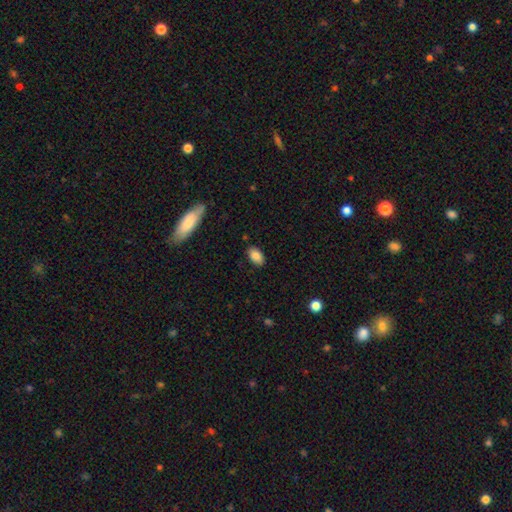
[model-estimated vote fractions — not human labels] Smooth or featured? smooth (84%)
How rounded? in between (92%)
Merging? none (86%)